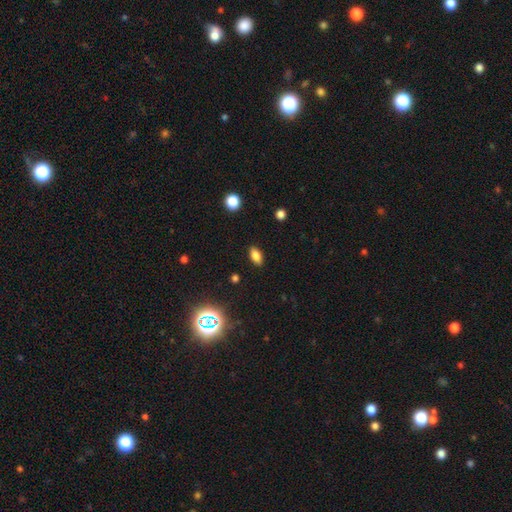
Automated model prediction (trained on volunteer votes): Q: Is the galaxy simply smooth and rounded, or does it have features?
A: smooth — 80%.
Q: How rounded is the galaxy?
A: in between — 88%.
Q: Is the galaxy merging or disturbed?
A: none — 89%.